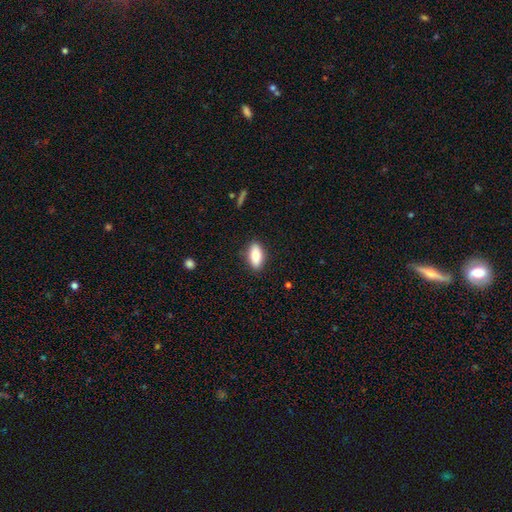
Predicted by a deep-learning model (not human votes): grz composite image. It shows a smooth galaxy with no disk features (83%) that is in between round and cigar-shaped (88%). Merging: none (87%).